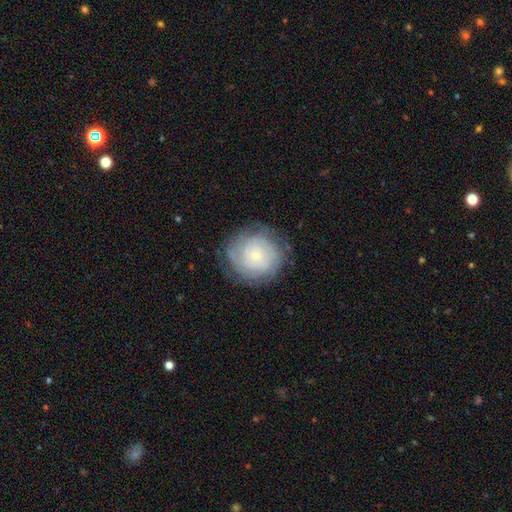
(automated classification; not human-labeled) Smooth or featured? featured or disk (55%)
Edge-on disk? no (97%)
Bar? no (82%)
Spiral arms? yes (81%)
Bulge size? small (75%)
Merging? none (77%)